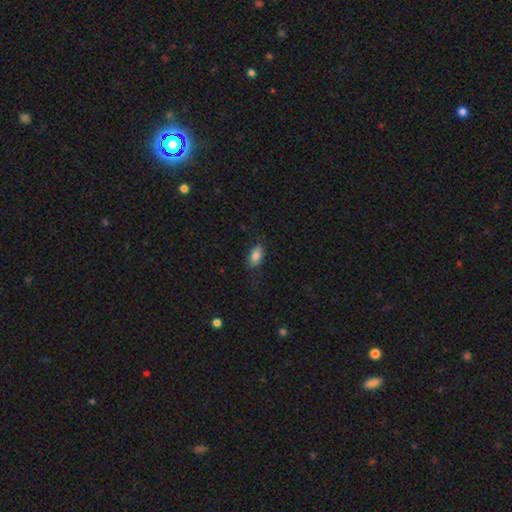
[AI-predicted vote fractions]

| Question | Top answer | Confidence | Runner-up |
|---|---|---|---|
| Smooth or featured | smooth | 84% | featured or disk (8%) |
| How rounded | in between | 91% | round (5%) |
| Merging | none | 81% | minor disturbance (14%) |